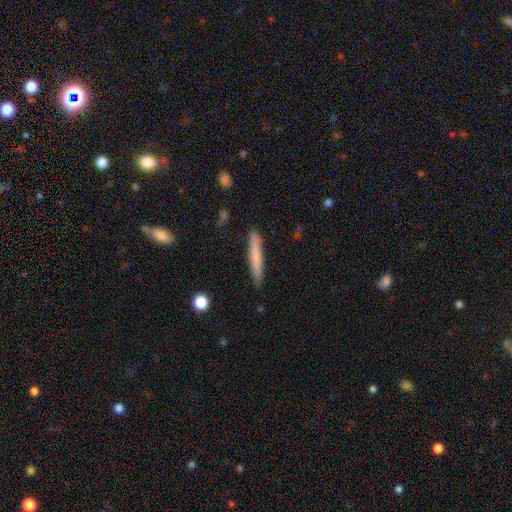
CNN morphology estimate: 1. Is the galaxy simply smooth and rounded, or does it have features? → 70% smooth, 24% featured or disk, 6% star or artifact.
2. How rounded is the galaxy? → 95% cigar-shaped, 4% in between, 1% round.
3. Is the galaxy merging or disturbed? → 87% none, 10% minor disturbance, 2% major disturbance, 1% merger.